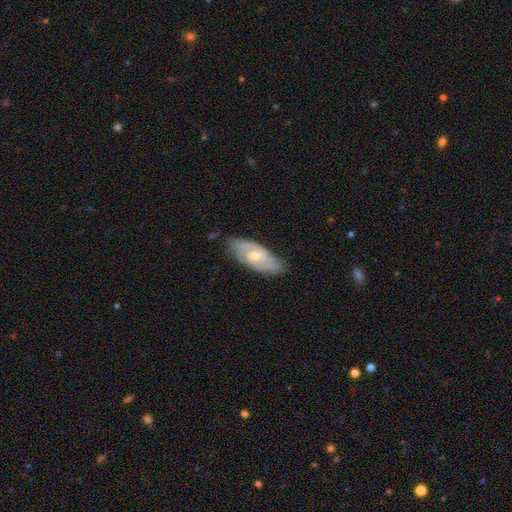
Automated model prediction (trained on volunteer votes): This appears to be a featured or disk galaxy (75%) with no bar (61%), 2 (62%) tight (54%) spiral arms (89%) and a moderate central bulge (53%). Merging: none (76%).